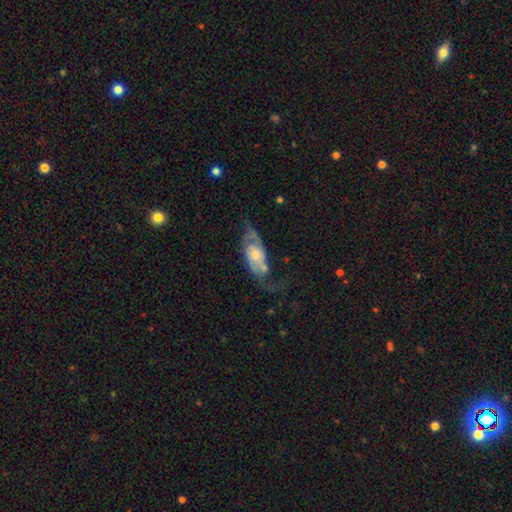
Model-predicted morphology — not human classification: featured or disk 70%, smooth 24%, star or artifact 6%. Down the decision tree: edge-on disk — no (91%); bar — no (70%); spiral arms — yes (84%); spiral arm count — 2 (70%); spiral winding — medium (41%); bulge size — moderate (53%); merging — none (38%).